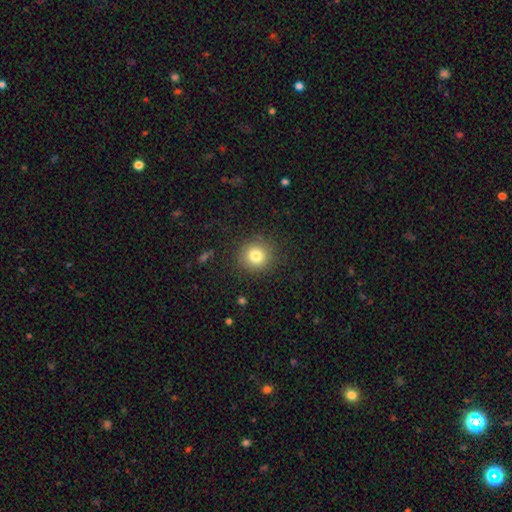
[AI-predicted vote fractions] Smooth or featured? Predicted: smooth (p=0.81). How rounded? Predicted: round (p=0.91). Merging? Predicted: none (p=0.88).